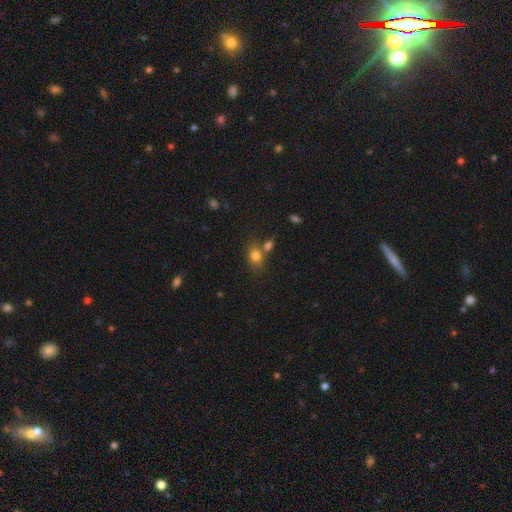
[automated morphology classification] This is likely a smooth galaxy (79%). How rounded: possibly in between (57%). Merging: possibly none (51%).